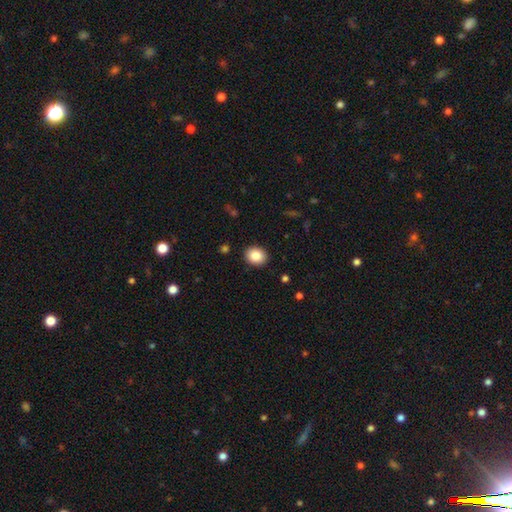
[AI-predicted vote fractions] smooth-or-featured: smooth: 86% | star or artifact: 9% | featured or disk: 6%
  how-rounded: round: 56% | in between: 43% | cigar-shaped: 1%
  merging: none: 90% | minor disturbance: 7% | major disturbance: 2% | merger: 1%